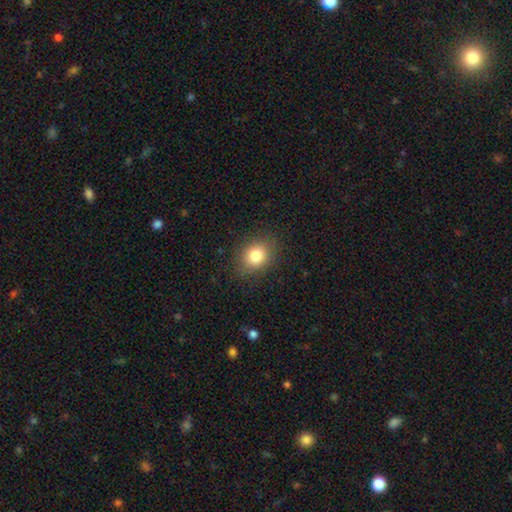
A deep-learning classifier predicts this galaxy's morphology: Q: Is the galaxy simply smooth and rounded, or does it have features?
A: smooth — 80%.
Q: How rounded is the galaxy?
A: round — 52%.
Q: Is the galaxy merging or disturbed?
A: none — 87%.